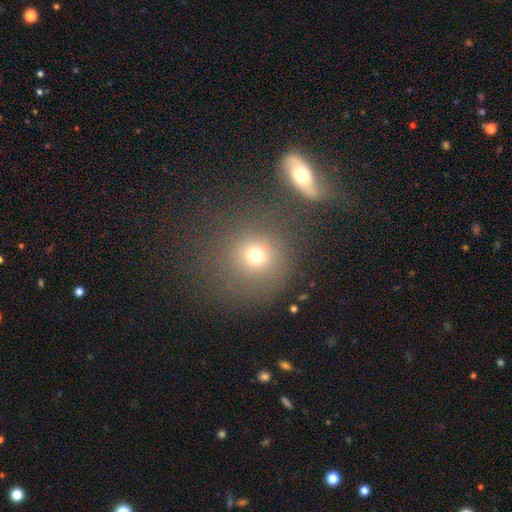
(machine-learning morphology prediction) A smooth galaxy with no disk features (71%) that is round (88%).

Vote fractions:
- Smooth or featured? smooth: 71% / star or artifact: 18% / featured or disk: 12%
- How rounded? round: 88% / in between: 11% / cigar-shaped: 1%
- Merging? none: 66% / merger: 15% / minor disturbance: 11% / major disturbance: 7%